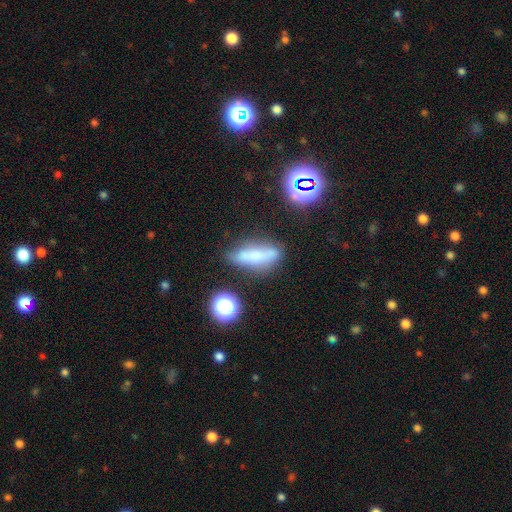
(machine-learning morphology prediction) Smooth or featured? Predicted: smooth (p=0.54). How rounded? Predicted: cigar-shaped (p=0.58). Merging? Predicted: none (p=0.63).